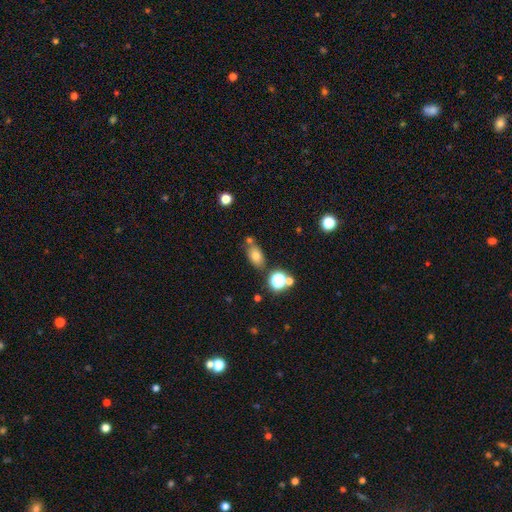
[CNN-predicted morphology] A smooth galaxy with no disk features (74%) that is in between round and cigar-shaped (80%).

Vote fractions:
- Smooth or featured? smooth: 74% / star or artifact: 14% / featured or disk: 12%
- How rounded? in between: 80% / round: 16% / cigar-shaped: 3%
- Merging? none: 66% / minor disturbance: 15% / merger: 14% / major disturbance: 5%